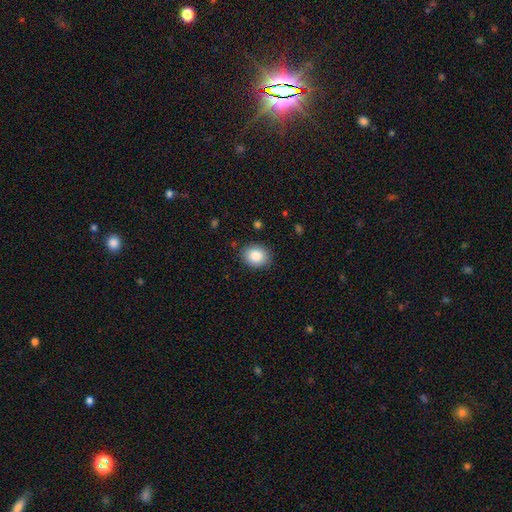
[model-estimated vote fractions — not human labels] Smooth or featured?
  - smooth: 86% *
  - star or artifact: 8%
  - featured or disk: 6%
How rounded?
  - round: 53% *
  - in between: 46%
  - cigar-shaped: 1%
Merging?
  - none: 87% *
  - minor disturbance: 9%
  - major disturbance: 2%
  - merger: 1%